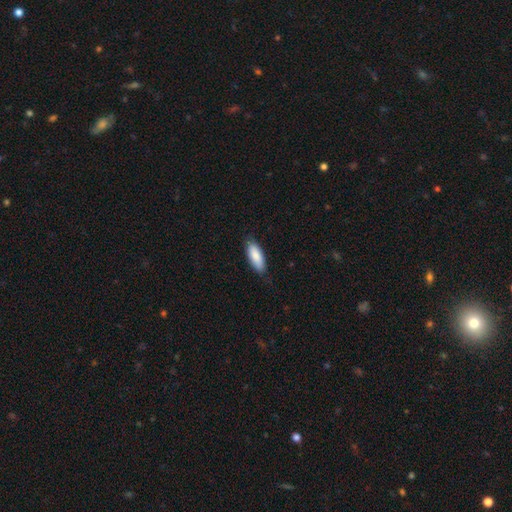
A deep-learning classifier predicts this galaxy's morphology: smooth 87%, featured or disk 8%, star or artifact 5%. Down the decision tree: how rounded — in between (73%); merging — none (83%).